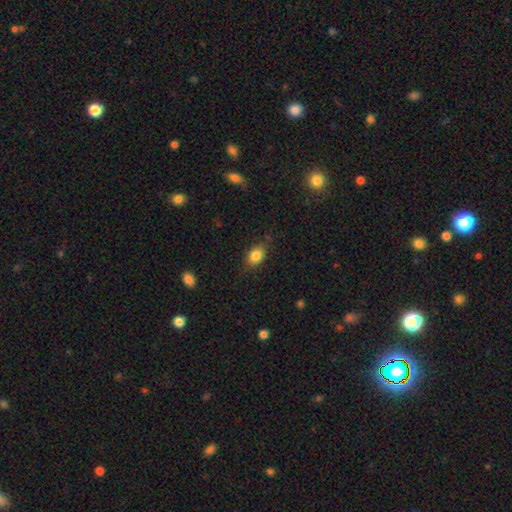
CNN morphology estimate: Smooth or featured? smooth (84%)
How rounded? in between (74%)
Merging? none (76%)